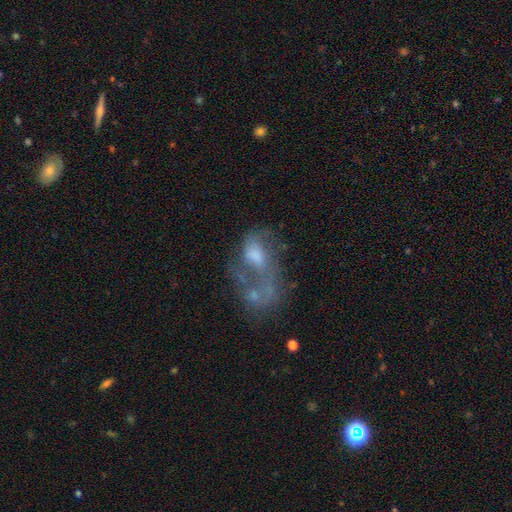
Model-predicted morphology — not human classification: Smooth or featured? featured or disk (61%)
Edge-on disk? no (97%)
Bar? no (66%)
Spiral arms? yes (56%)
Bulge size? moderate (42%)
Merging? major disturbance (43%)